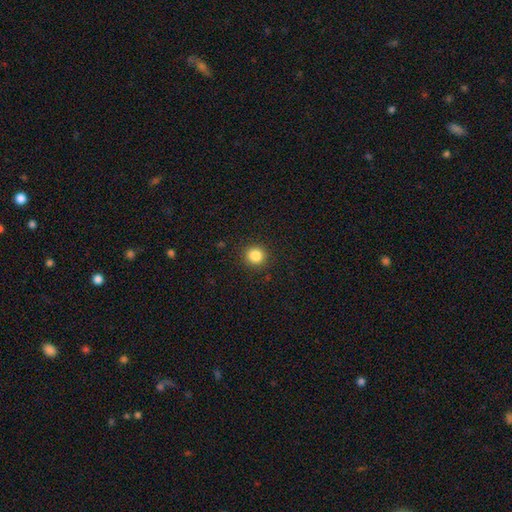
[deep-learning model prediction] smooth 85%, star or artifact 11%, featured or disk 4%. Down the decision tree: how rounded — round (89%); merging — none (91%).